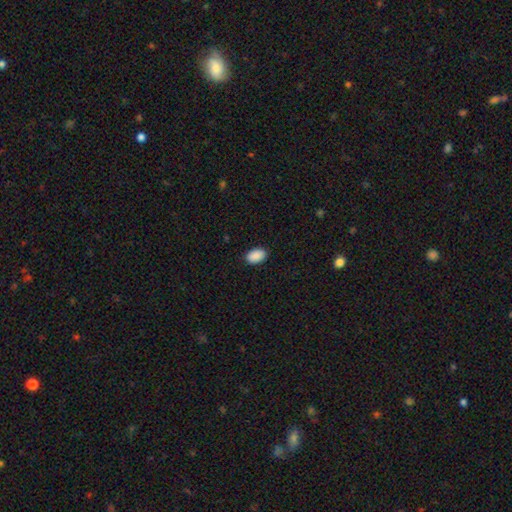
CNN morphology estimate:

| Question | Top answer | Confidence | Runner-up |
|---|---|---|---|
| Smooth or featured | smooth | 91% | star or artifact (7%) |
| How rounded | in between | 91% | round (8%) |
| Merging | none | 89% | minor disturbance (8%) |